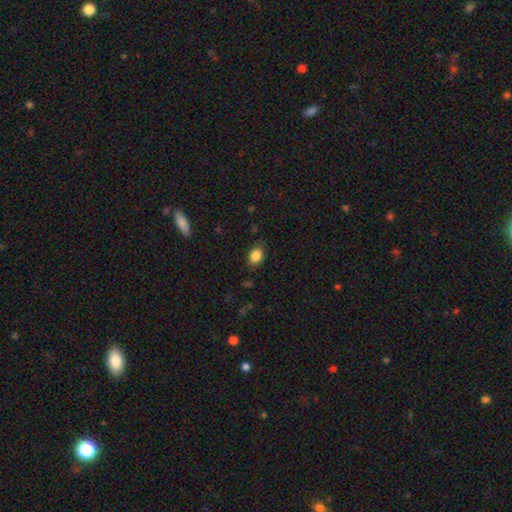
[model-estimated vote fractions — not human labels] smooth-or-featured: smooth: 86% | star or artifact: 9% | featured or disk: 5%
  how-rounded: in between: 77% | round: 22% | cigar-shaped: 1%
  merging: none: 82% | minor disturbance: 14% | major disturbance: 3% | merger: 1%